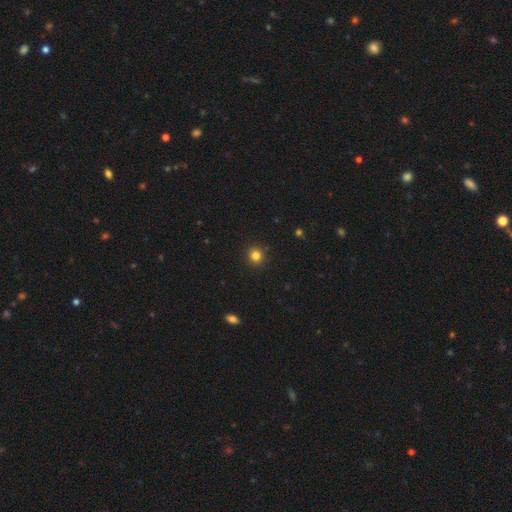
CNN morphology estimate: Smooth or featured?
  - smooth: 83% *
  - star or artifact: 13%
  - featured or disk: 5%
How rounded?
  - round: 92% *
  - in between: 7%
  - cigar-shaped: 1%
Merging?
  - none: 91% *
  - minor disturbance: 6%
  - major disturbance: 2%
  - merger: 1%